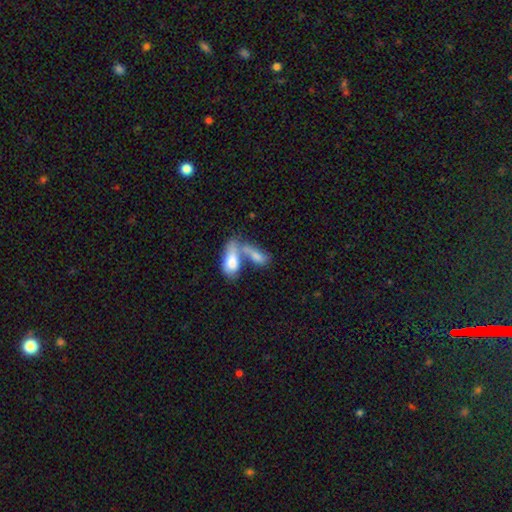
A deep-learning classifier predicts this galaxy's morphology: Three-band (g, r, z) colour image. It shows a smooth galaxy with no disk features (74%) that is in between round and cigar-shaped (73%). Merging: merger (67%).